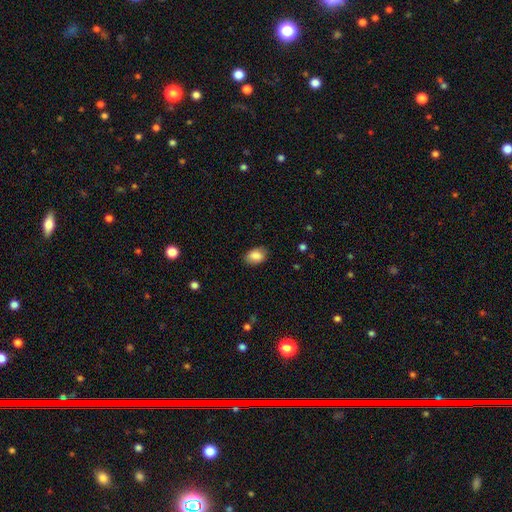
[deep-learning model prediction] This is clearly a smooth galaxy (87%). How rounded: clearly in between (81%). Merging: clearly none (82%).